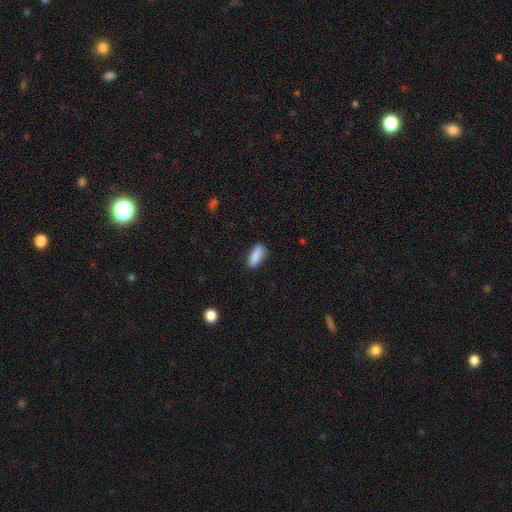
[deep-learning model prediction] Q: Smooth or featured?
A: smooth (88%); runner-up: star or artifact (7%)
Q: How rounded?
A: in between (77%); runner-up: cigar-shaped (20%)
Q: Merging?
A: none (81%); runner-up: minor disturbance (15%)